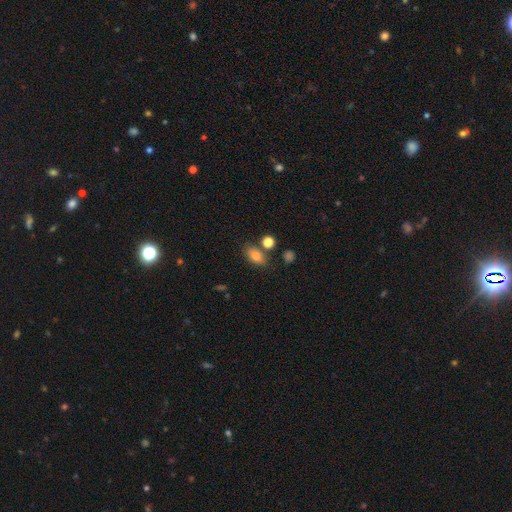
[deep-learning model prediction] A smooth galaxy with no disk features (80%) that is in between round and cigar-shaped (85%).

Vote fractions:
- Smooth or featured? smooth: 80% / star or artifact: 10% / featured or disk: 10%
- How rounded? in between: 85% / round: 11% / cigar-shaped: 4%
- Merging? none: 73% / minor disturbance: 13% / merger: 10% / major disturbance: 4%